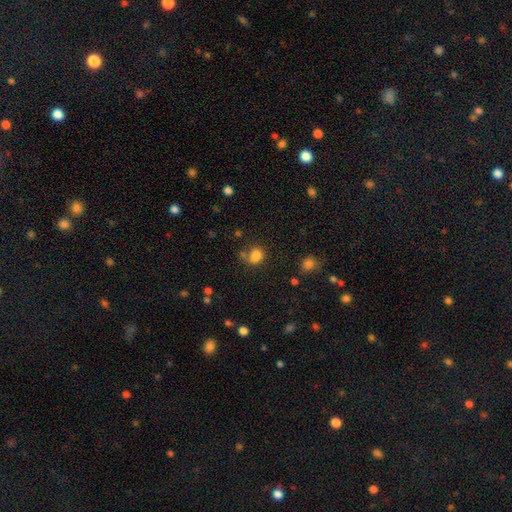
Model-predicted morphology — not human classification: A smooth galaxy with no disk features (81%) that is round (55%).

Vote fractions:
- Smooth or featured? smooth: 81% / star or artifact: 13% / featured or disk: 6%
- How rounded? round: 55% / in between: 44% / cigar-shaped: 1%
- Merging? none: 54% / merger: 20% / minor disturbance: 18% / major disturbance: 8%